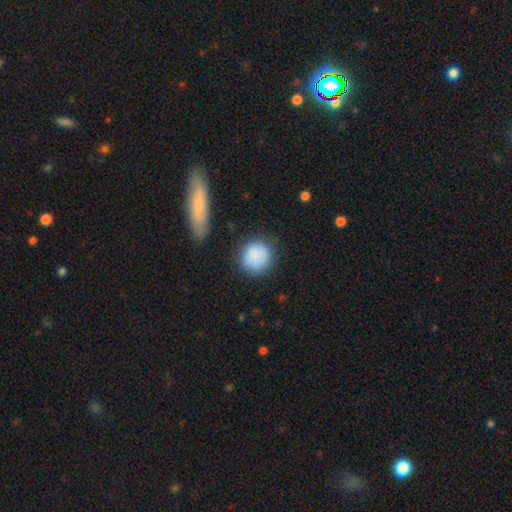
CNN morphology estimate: type=smooth (87%); roundness=round (91%); merging=none (77%).